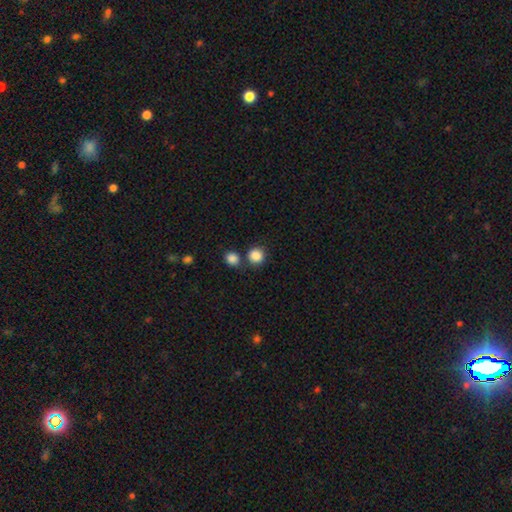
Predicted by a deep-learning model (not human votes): The model was most divided on "merging": none: 70%, merger: 18%, minor disturbance: 9%, major disturbance: 3%. More confident: how rounded — round (88%); smooth or featured — smooth (87%).